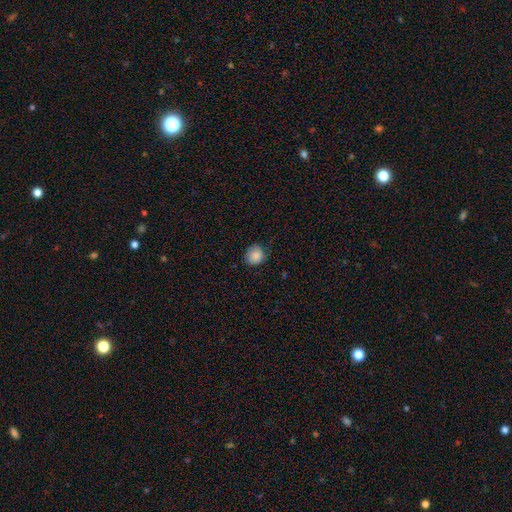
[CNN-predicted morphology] type=smooth (85%); roundness=round (79%); merging=none (73%).